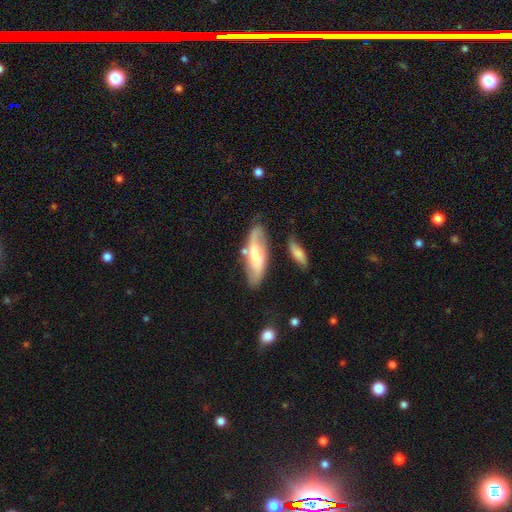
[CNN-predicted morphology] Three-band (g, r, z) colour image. It shows a featured or disk galaxy (48%). Merging: none (66%).